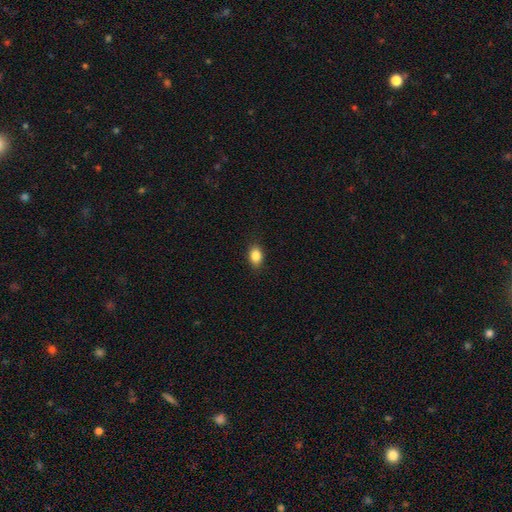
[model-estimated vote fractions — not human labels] Smooth or featured?
  - smooth: 86% *
  - star or artifact: 9%
  - featured or disk: 5%
How rounded?
  - in between: 77% *
  - round: 21%
  - cigar-shaped: 2%
Merging?
  - none: 88% *
  - minor disturbance: 9%
  - major disturbance: 2%
  - merger: 1%